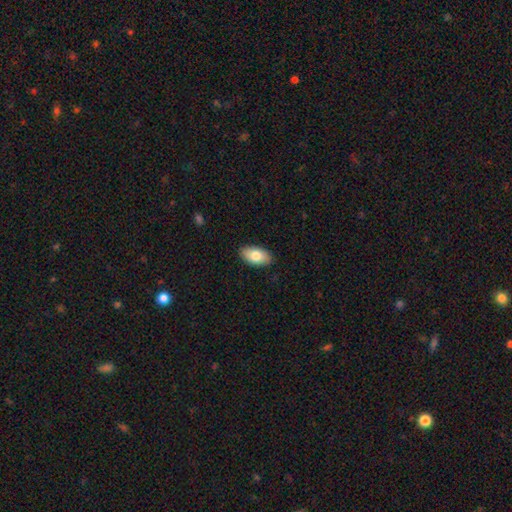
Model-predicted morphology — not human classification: Smooth or featured: smooth — 80% (featured or disk — 14%)
How rounded: in between — 94% (round — 4%)
Merging: none — 88% (minor disturbance — 9%)